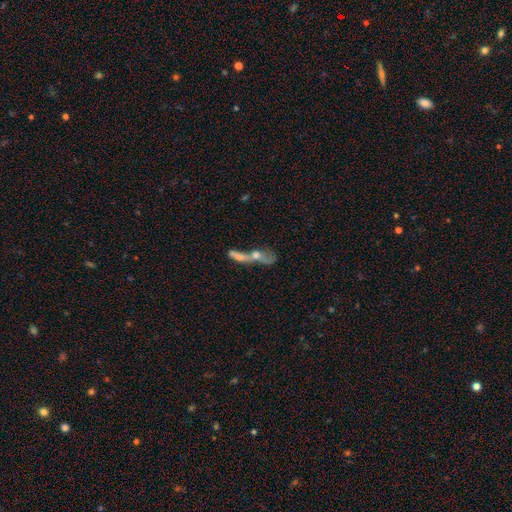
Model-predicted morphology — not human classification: Smooth or featured? Predicted: featured or disk (p=0.50). Merging? Predicted: merger (p=0.61).